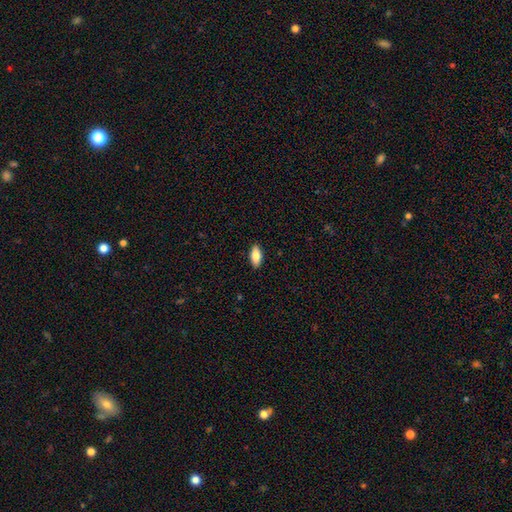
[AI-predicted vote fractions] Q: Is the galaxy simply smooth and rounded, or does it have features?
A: smooth — 82%.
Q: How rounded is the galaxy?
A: in between — 86%.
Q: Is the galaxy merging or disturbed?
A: none — 90%.